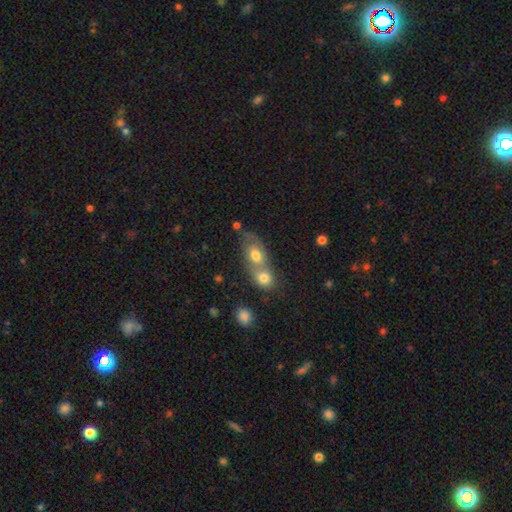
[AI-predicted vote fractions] smooth_or_featured: smooth (p=0.64) [alt: featured or disk p=0.27]
how_rounded: in between (p=0.72) [alt: round p=0.23]
merging: merger (p=0.63) [alt: none p=0.25]